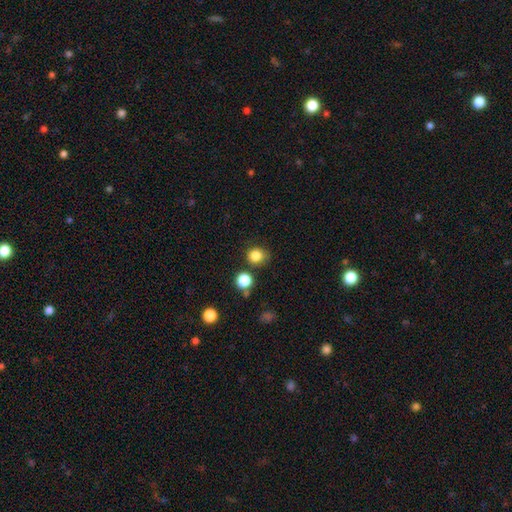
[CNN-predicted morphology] Smooth or featured? smooth (84%)
How rounded? round (83%)
Merging? none (79%)